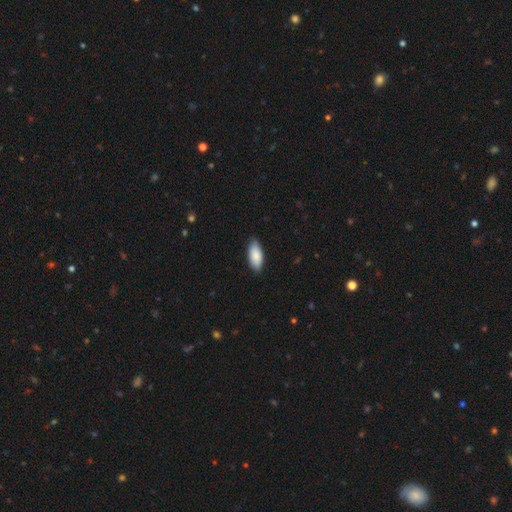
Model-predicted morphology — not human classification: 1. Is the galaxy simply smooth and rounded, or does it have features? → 87% smooth, 7% featured or disk, 5% star or artifact.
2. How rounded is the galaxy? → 90% in between, 9% cigar-shaped, 2% round.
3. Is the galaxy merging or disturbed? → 84% none, 13% minor disturbance, 2% major disturbance, 1% merger.